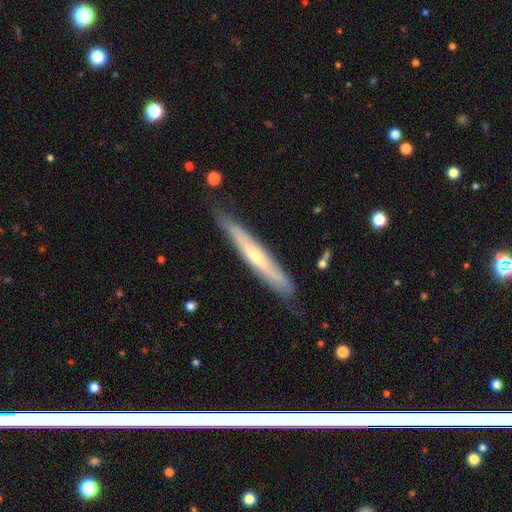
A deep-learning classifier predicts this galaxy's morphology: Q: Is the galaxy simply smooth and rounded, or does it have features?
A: featured or disk — 63%.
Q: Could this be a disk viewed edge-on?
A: yes — 86%.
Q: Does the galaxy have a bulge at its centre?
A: rounded — 68%.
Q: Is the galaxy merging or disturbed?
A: none — 78%.